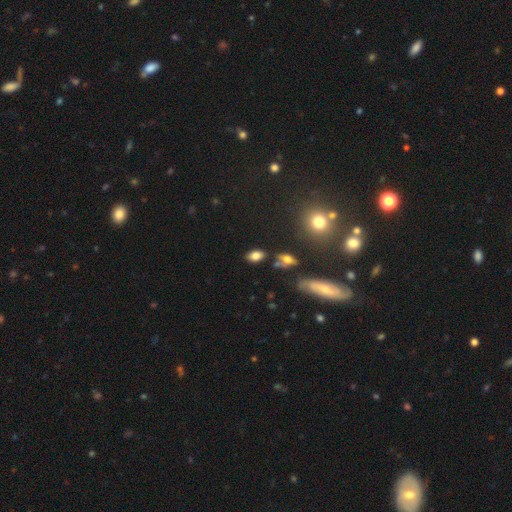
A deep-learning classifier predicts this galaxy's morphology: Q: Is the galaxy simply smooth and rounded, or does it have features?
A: smooth — 77%.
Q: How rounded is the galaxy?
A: in between — 90%.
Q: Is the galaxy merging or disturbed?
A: none — 76%.